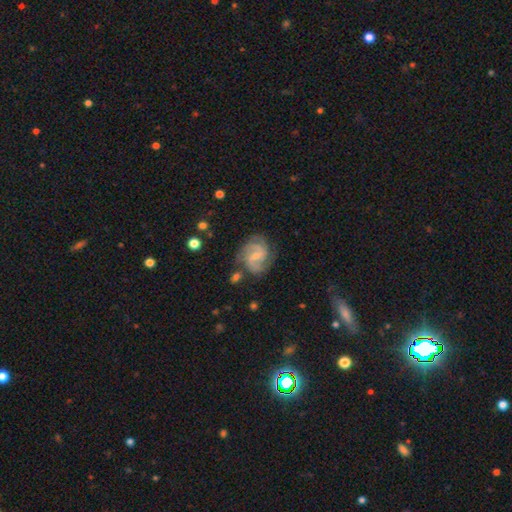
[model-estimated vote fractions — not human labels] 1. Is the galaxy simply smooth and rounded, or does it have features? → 86% featured or disk, 8% smooth, 5% star or artifact.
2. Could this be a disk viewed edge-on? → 98% no, 2% yes.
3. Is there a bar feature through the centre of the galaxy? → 55% weak, 31% no, 14% strong.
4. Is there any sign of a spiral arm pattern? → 97% yes, 3% no.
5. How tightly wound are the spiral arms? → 55% medium, 28% tight, 17% loose.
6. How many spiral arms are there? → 73% 2, 14% 3, 6% can't tell, 2% 4, 2% 1, 2% more than 4.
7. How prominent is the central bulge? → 65% small, 26% moderate, 7% none, 1% large, 1% dominant.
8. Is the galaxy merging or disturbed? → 71% none, 18% minor disturbance, 6% major disturbance, 4% merger.